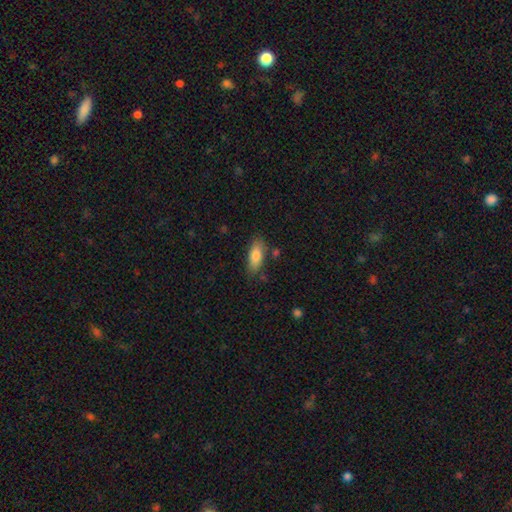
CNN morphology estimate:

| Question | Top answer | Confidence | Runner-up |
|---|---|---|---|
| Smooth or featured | smooth | 81% | featured or disk (12%) |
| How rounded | in between | 77% | cigar-shaped (20%) |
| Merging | none | 77% | minor disturbance (15%) |